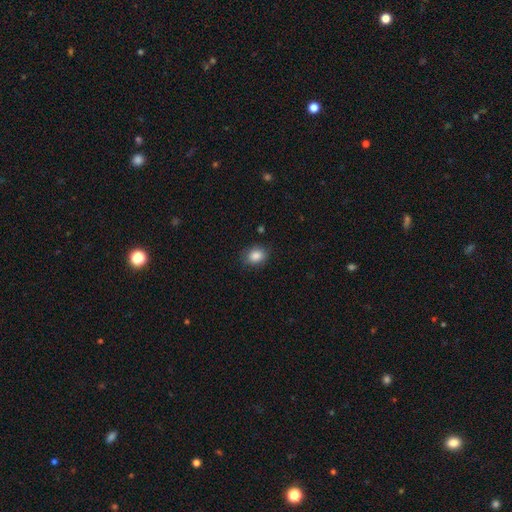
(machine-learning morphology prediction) The model was most divided on "how rounded": in between: 59%, round: 40%, cigar-shaped: 1%. More confident: smooth or featured — smooth (86%); merging — none (83%).